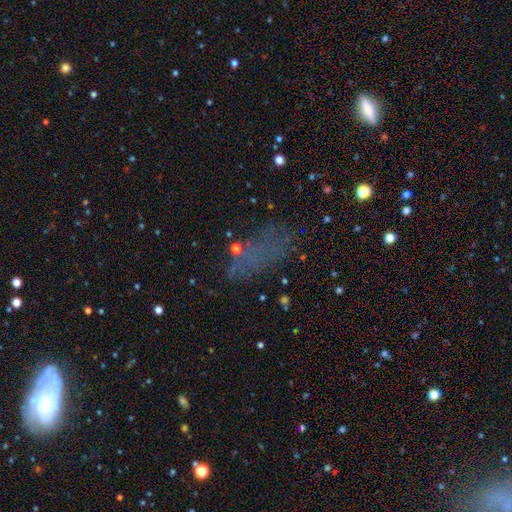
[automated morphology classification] A star or artifact, not a galaxy (44%).

Vote fractions:
- Smooth or featured? star or artifact: 44% / smooth: 38% / featured or disk: 18%